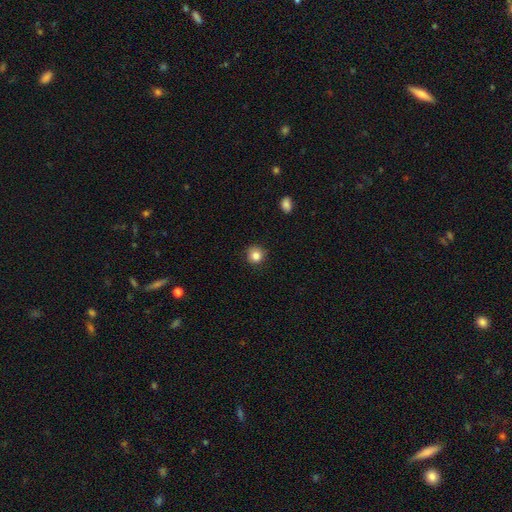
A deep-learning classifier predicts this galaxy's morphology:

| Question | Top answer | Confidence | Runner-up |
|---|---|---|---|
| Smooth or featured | smooth | 85% | star or artifact (11%) |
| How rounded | round | 92% | in between (7%) |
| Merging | none | 89% | minor disturbance (8%) |